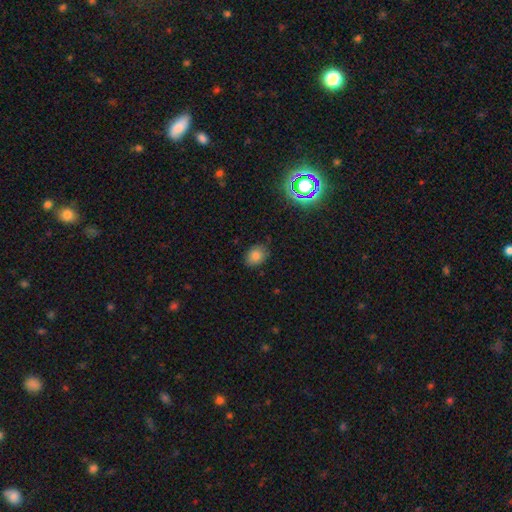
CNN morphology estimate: This is clearly a smooth galaxy (80%). How rounded: likely in between (65%). Merging: clearly none (81%).